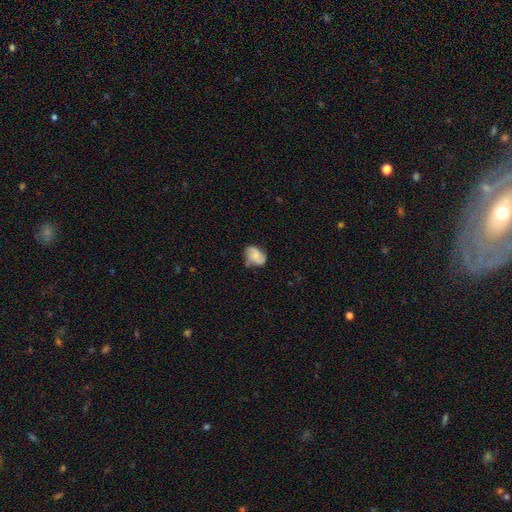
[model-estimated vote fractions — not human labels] smooth 49%, featured or disk 43%, star or artifact 8%. Down the decision tree: merging — none (58%).